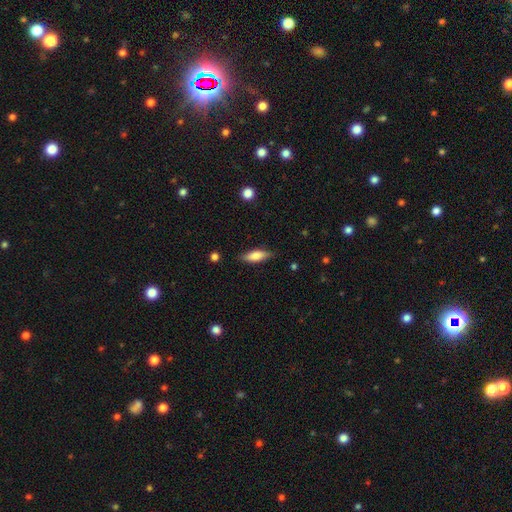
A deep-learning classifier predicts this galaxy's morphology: Smooth or featured: smooth — 72% (featured or disk — 22%)
How rounded: in between — 54% (cigar-shaped — 44%)
Merging: none — 85% (minor disturbance — 12%)